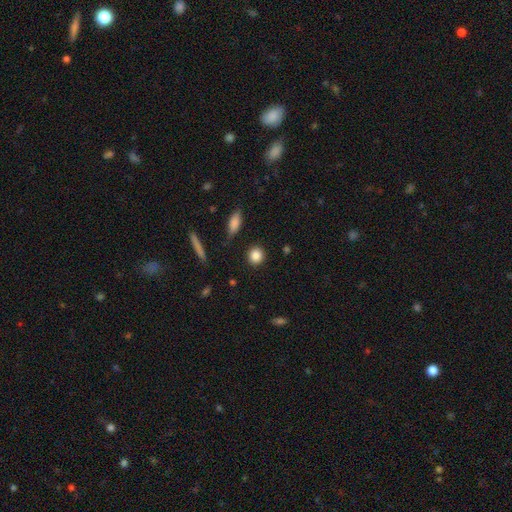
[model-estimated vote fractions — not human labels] A smooth galaxy with no disk features (86%) that is round (86%).

Vote fractions:
- Smooth or featured? smooth: 86% / star or artifact: 9% / featured or disk: 5%
- How rounded? round: 86% / in between: 12% / cigar-shaped: 2%
- Merging? none: 89% / minor disturbance: 6% / major disturbance: 2% / merger: 2%